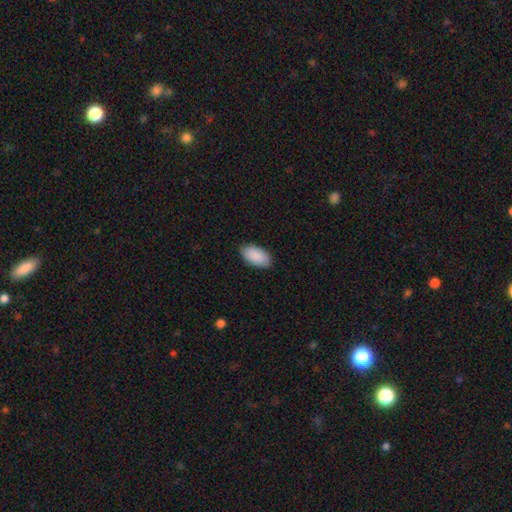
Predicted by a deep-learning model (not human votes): smooth 91%, star or artifact 6%, featured or disk 3%. Down the decision tree: how rounded — in between (96%); merging — none (88%).